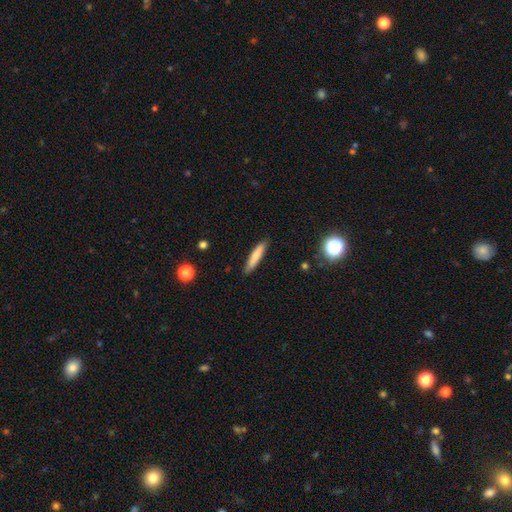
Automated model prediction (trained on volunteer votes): A smooth galaxy with no disk features (76%) that is cigar-shaped (89%).

Vote fractions:
- Smooth or featured? smooth: 76% / featured or disk: 17% / star or artifact: 7%
- How rounded? cigar-shaped: 89% / in between: 9% / round: 1%
- Merging? none: 87% / minor disturbance: 9% / major disturbance: 2% / merger: 1%